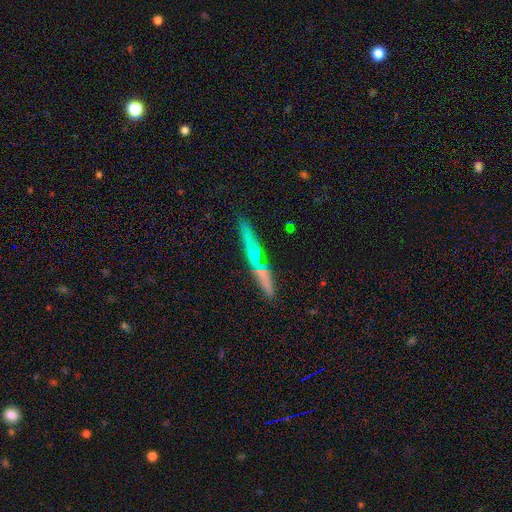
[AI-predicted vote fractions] smooth_or_featured: smooth (p=0.50) [alt: featured or disk p=0.40]
merging: none (p=0.70) [alt: merger p=0.13]